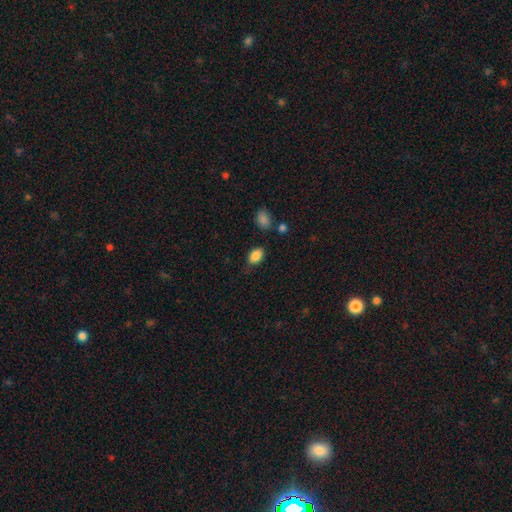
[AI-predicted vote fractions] smooth 87%, star or artifact 8%, featured or disk 5%. Down the decision tree: how rounded — in between (84%); merging — none (72%).